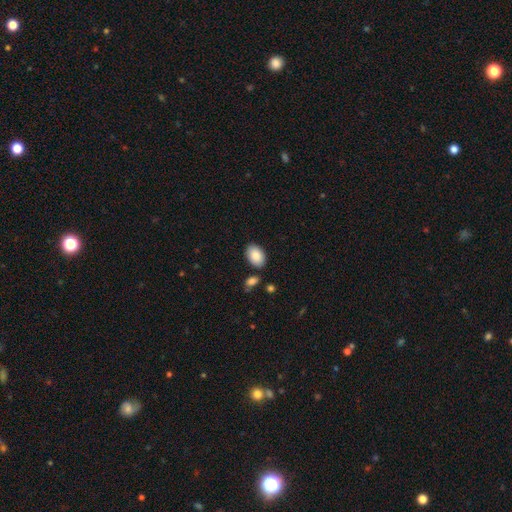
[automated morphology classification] Smooth or featured? Predicted: smooth (p=0.87). How rounded? Predicted: in between (p=0.91). Merging? Predicted: none (p=0.83).